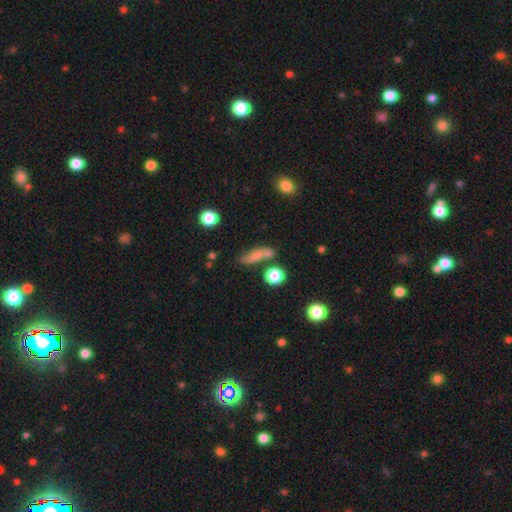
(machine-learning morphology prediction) Smooth or featured? smooth (62%)
How rounded? in between (44%)
Merging? none (54%)